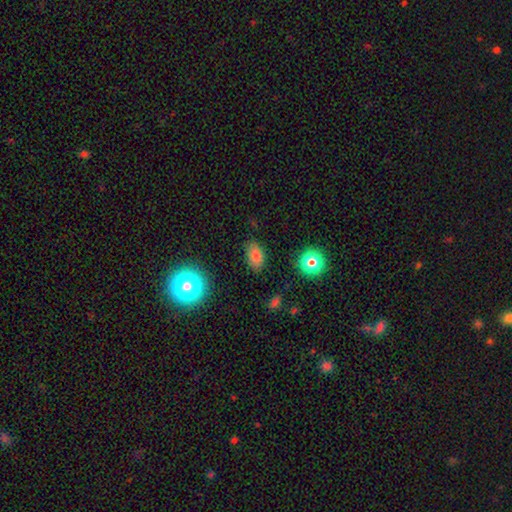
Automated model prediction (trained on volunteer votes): Q: Smooth or featured?
A: smooth (79%); runner-up: star or artifact (14%)
Q: How rounded?
A: in between (86%); runner-up: round (13%)
Q: Merging?
A: none (81%); runner-up: minor disturbance (14%)